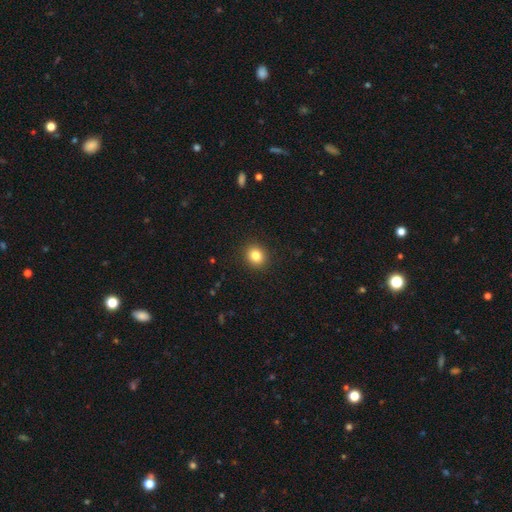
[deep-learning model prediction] smooth-or-featured: smooth: 83% | star or artifact: 11% | featured or disk: 6%
  how-rounded: round: 80% | in between: 19% | cigar-shaped: 1%
  merging: none: 92% | minor disturbance: 6% | major disturbance: 2% | merger: 1%